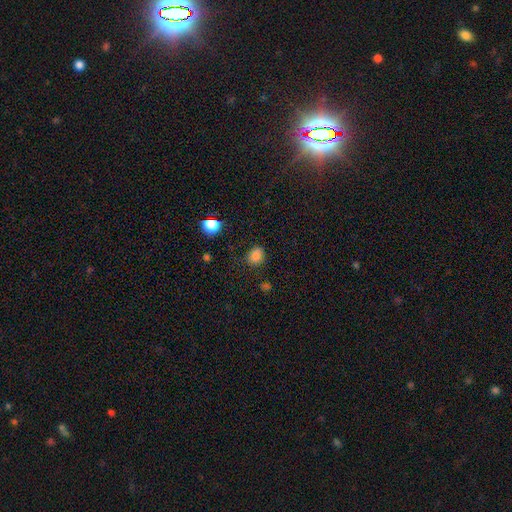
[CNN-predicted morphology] Smooth or featured?
  - smooth: 81% *
  - star or artifact: 15%
  - featured or disk: 4%
How rounded?
  - round: 55% *
  - in between: 44%
  - cigar-shaped: 1%
Merging?
  - none: 76% *
  - minor disturbance: 17%
  - major disturbance: 5%
  - merger: 2%